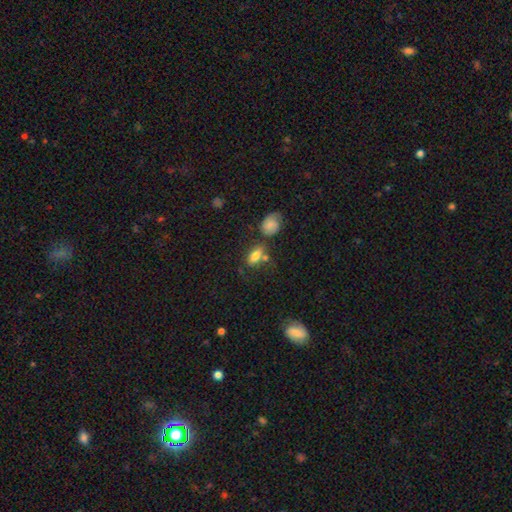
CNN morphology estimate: smooth-or-featured: smooth: 76% | featured or disk: 14% | star or artifact: 10%
  how-rounded: in between: 84% | cigar-shaped: 8% | round: 7%
  merging: none: 58% | minor disturbance: 17% | merger: 17% | major disturbance: 7%